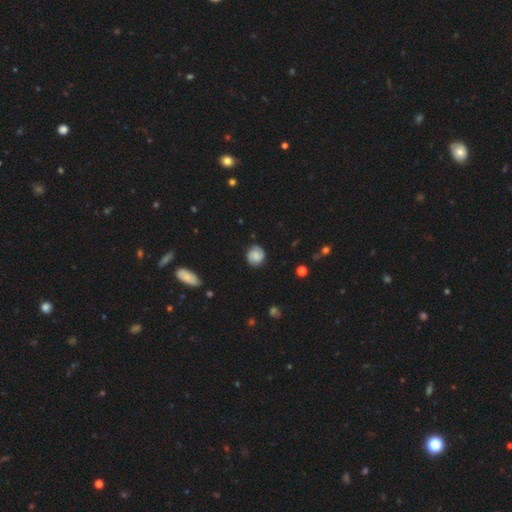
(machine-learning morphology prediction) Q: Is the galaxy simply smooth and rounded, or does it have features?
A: smooth — 53%.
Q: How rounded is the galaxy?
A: round — 82%.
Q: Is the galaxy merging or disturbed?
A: none — 82%.